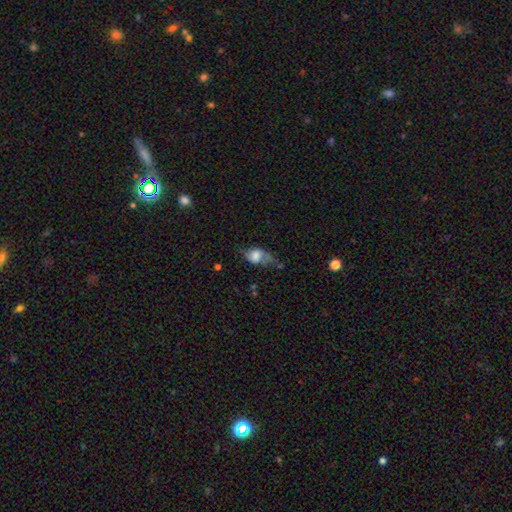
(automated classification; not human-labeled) smooth-or-featured: smooth: 66% | featured or disk: 25% | star or artifact: 9%
  how-rounded: in between: 78% | round: 19% | cigar-shaped: 3%
  merging: minor disturbance: 34% | major disturbance: 33% | none: 26% | merger: 7%